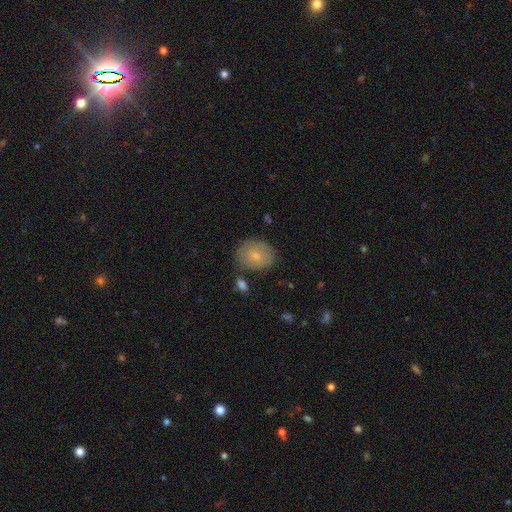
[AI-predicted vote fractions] smooth-or-featured: smooth: 73% | featured or disk: 19% | star or artifact: 8%
  how-rounded: round: 54% | in between: 45% | cigar-shaped: 1%
  merging: none: 72% | minor disturbance: 18% | merger: 5% | major disturbance: 5%